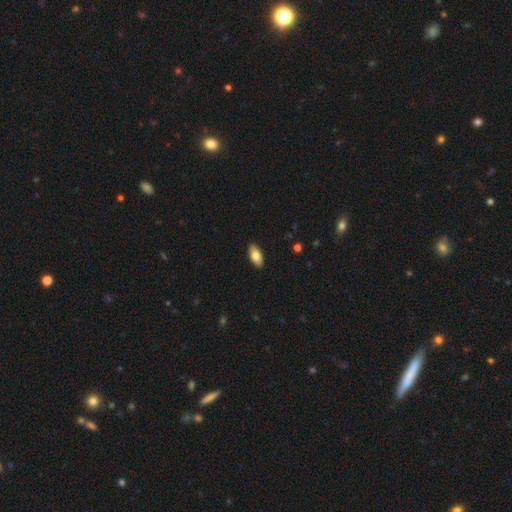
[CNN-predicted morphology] smooth-or-featured: smooth: 80% | featured or disk: 14% | star or artifact: 6%
  how-rounded: in between: 92% | cigar-shaped: 6% | round: 2%
  merging: none: 90% | minor disturbance: 7% | major disturbance: 1% | merger: 1%